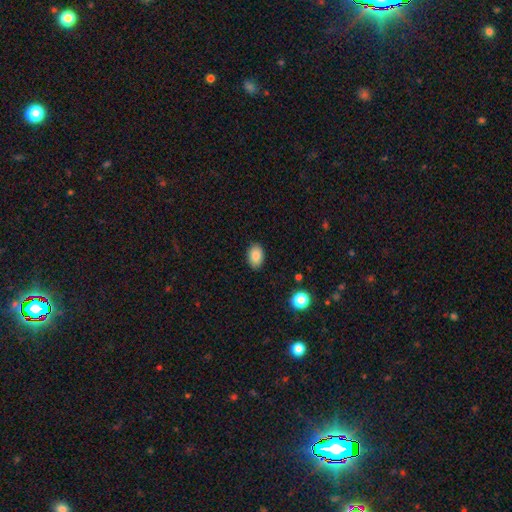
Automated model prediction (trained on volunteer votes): Morphology: type=smooth (86%); roundness=in between (86%); merging=none (87%).